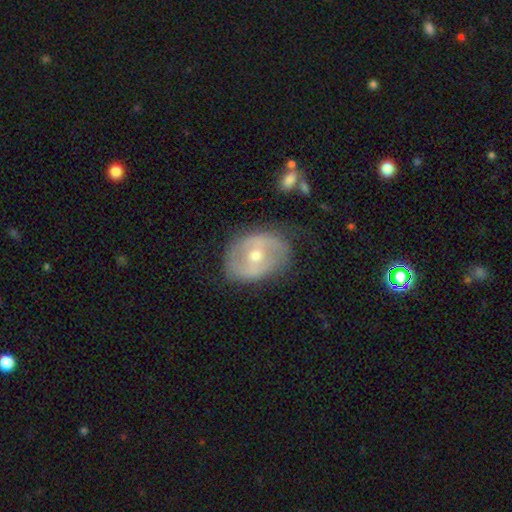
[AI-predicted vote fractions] A featured or disk galaxy (65%) with no bar (41%), spiral arms (54%) and a moderate central bulge (61%).

Vote fractions:
- Smooth or featured? featured or disk: 65% / smooth: 29% / star or artifact: 6%
- Edge-on disk? no: 95% / yes: 5%
- Bar? no: 41% / weak: 39% / strong: 20%
- Spiral arms? yes: 54% / no: 46%
- Bulge size? moderate: 61% / small: 35% / large: 2% / none: 1% / dominant: 1%
- Merging? none: 69% / minor disturbance: 21% / major disturbance: 8% / merger: 2%